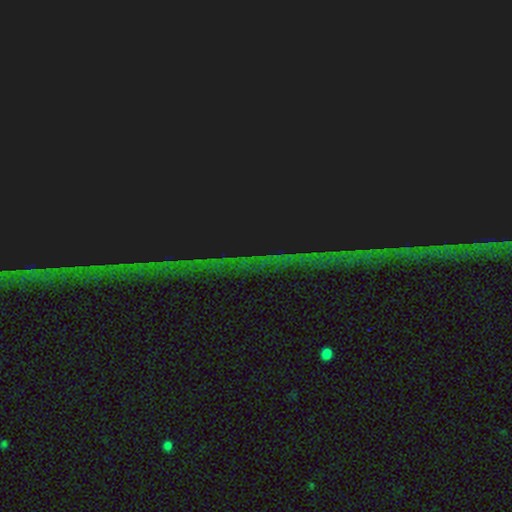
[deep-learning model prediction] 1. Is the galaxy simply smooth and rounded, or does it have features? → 83% star or artifact, 9% featured or disk, 8% smooth.